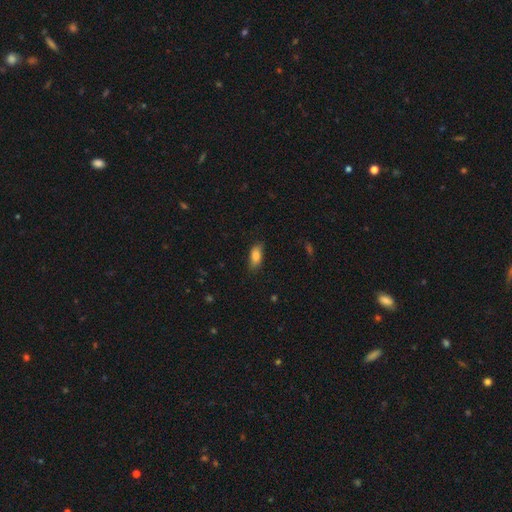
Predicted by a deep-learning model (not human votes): Smooth or featured? Predicted: smooth (p=0.83). How rounded? Predicted: in between (p=0.84). Merging? Predicted: none (p=0.80).